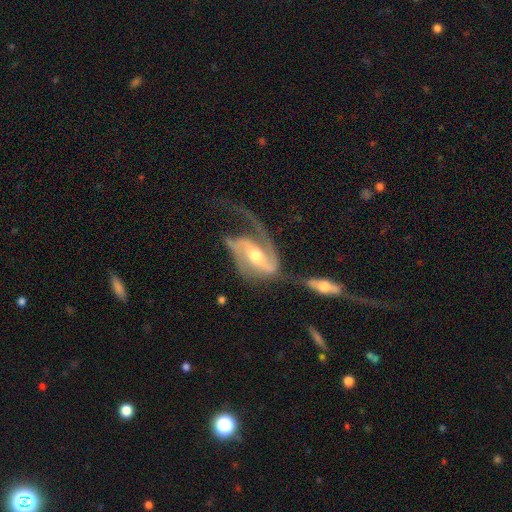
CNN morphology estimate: Overall: featured or disk (88%). Edge-on disk: no (95%). Bar: weak (42%; strong 34%). Spiral arms: yes (95%). Spiral arm count: 2 (63%). Spiral winding: loose (42%; medium 41%). Bulge size: moderate (66%). Merging: major disturbance (35%; merger 26%).